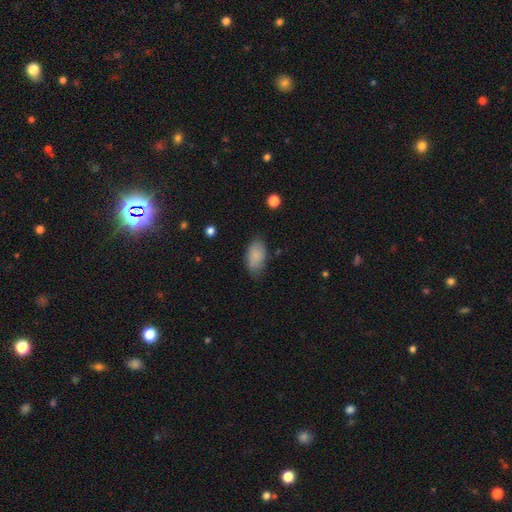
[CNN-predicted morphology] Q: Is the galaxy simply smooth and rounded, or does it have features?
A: smooth — 84%.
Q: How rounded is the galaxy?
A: in between — 93%.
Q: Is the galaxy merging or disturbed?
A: none — 66%.